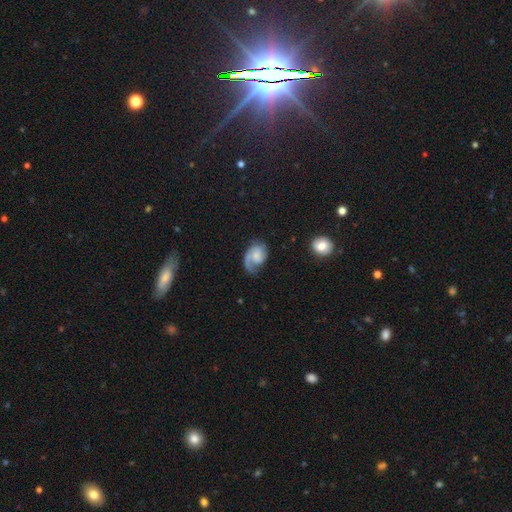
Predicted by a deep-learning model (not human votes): A featured or disk galaxy (77%) with no bar (57%), 2 (48%) medium (45%) spiral arms (95%) and a small central bulge (46%).

Vote fractions:
- Smooth or featured? featured or disk: 77% / smooth: 17% / star or artifact: 6%
- Edge-on disk? no: 98% / yes: 2%
- Bar? no: 57% / weak: 37% / strong: 7%
- Spiral arms? yes: 95% / no: 5%
- Spiral winding? medium: 45% / tight: 33% / loose: 22%
- Spiral arm count? 2: 48% / 1: 43% / can't tell: 5% / 3: 1% / 4: 1% / more than 4: 1%
- Bulge size? small: 46% / moderate: 31% / none: 16% / large: 5% / dominant: 1%
- Merging? none: 55% / minor disturbance: 24% / major disturbance: 18% / merger: 2%